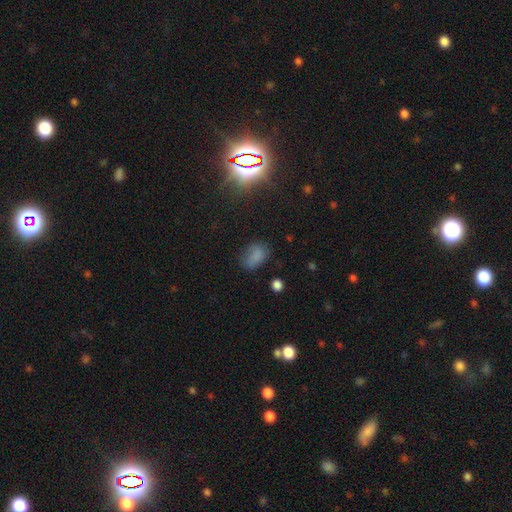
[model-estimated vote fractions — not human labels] smooth-or-featured: smooth: 77% | star or artifact: 15% | featured or disk: 8%
  how-rounded: in between: 84% | round: 14% | cigar-shaped: 2%
  merging: none: 62% | minor disturbance: 26% | major disturbance: 10% | merger: 3%